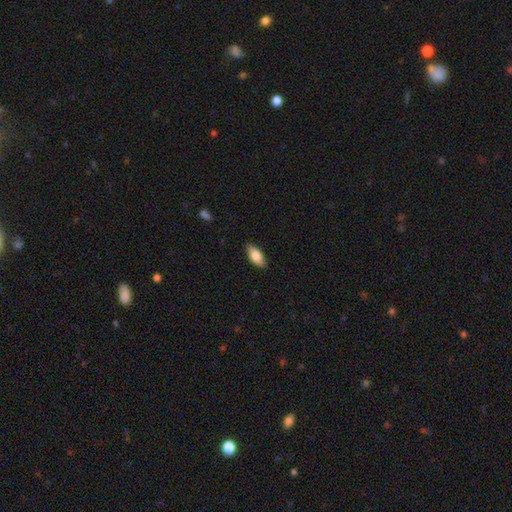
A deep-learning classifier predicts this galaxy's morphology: Smooth or featured? smooth (81%)
How rounded? in between (84%)
Merging? none (86%)